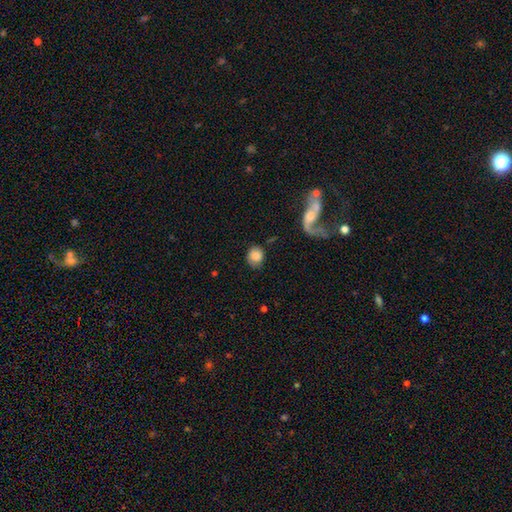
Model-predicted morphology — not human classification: Smooth or featured: smooth — 78% (featured or disk — 14%)
How rounded: round — 73% (in between — 26%)
Merging: none — 68% (minor disturbance — 19%)